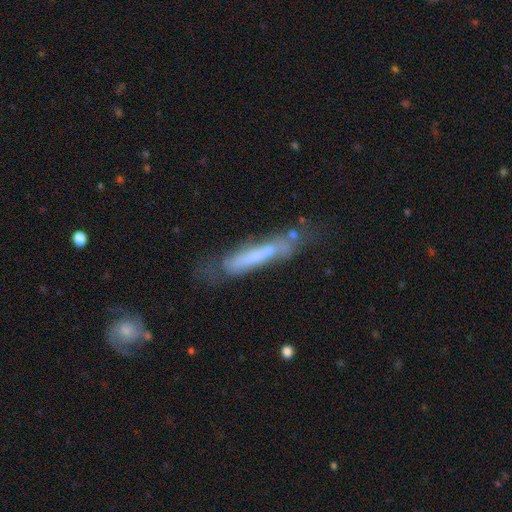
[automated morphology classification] Smooth or featured? Predicted: featured or disk (p=0.47). Merging? Predicted: none (p=0.47).